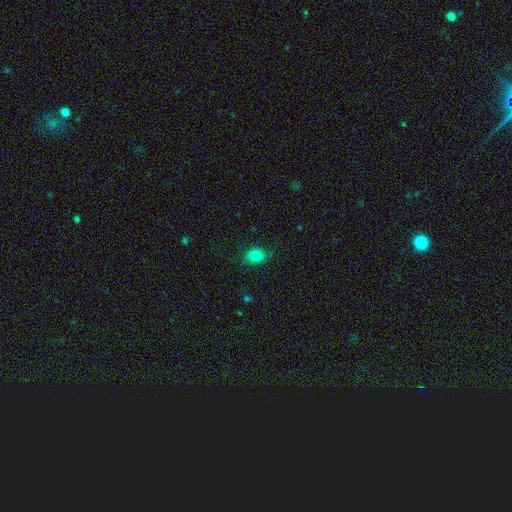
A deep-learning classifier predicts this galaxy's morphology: smooth_or_featured: smooth (p=0.83) [alt: star or artifact p=0.10]
how_rounded: in between (p=0.65) [alt: round p=0.34]
merging: none (p=0.81) [alt: minor disturbance p=0.15]